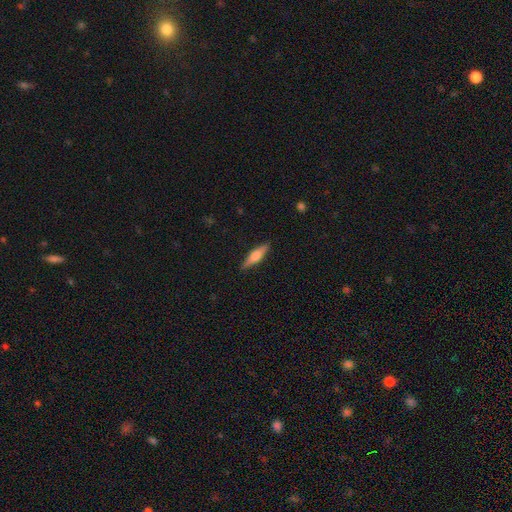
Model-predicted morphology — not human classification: Smooth or featured? smooth (48%)
Merging? none (90%)